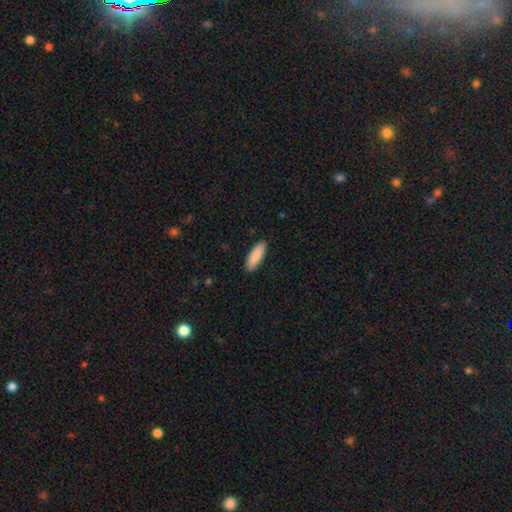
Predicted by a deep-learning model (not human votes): Morphology: type=smooth (88%); roundness=in between (53%); merging=none (90%).